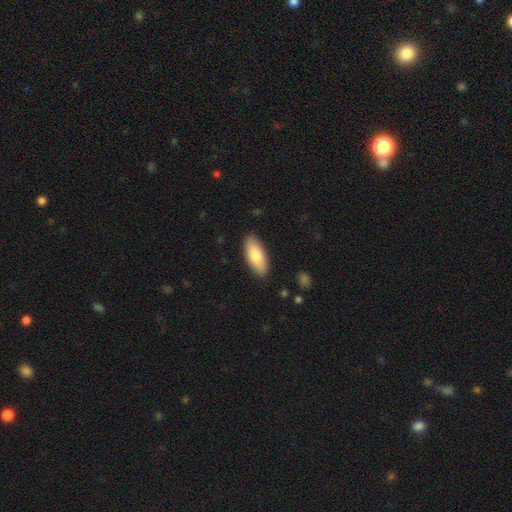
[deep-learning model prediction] smooth 80%, featured or disk 15%, star or artifact 5%. Down the decision tree: how rounded — in between (80%); merging — none (88%).